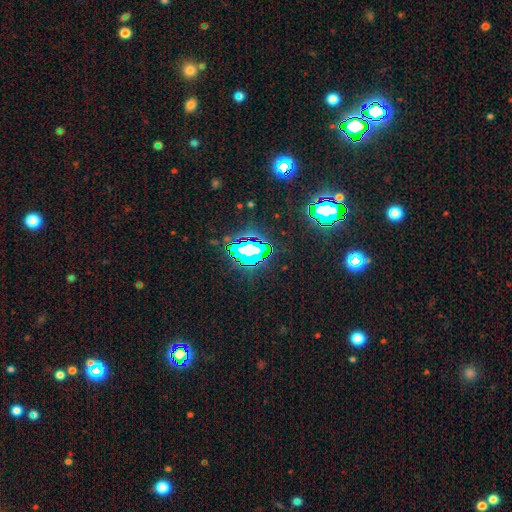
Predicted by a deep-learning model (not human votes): A star or artifact, not a galaxy (72%).